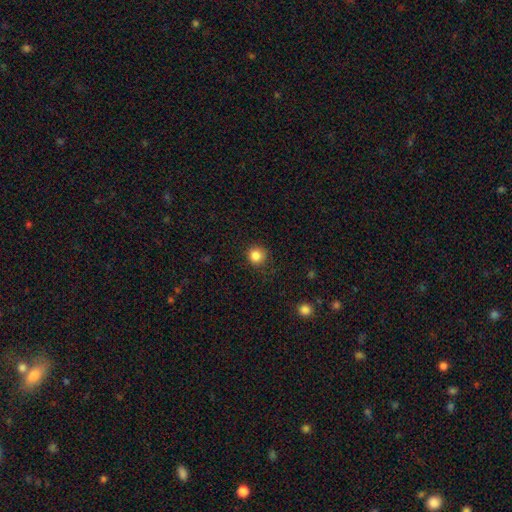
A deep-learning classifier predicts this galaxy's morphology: Smooth or featured: smooth — 85% (star or artifact — 11%)
How rounded: round — 93% (in between — 6%)
Merging: none — 86% (minor disturbance — 10%)